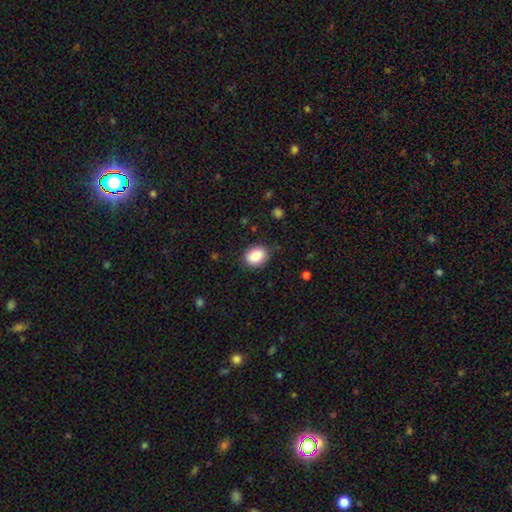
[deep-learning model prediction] A smooth galaxy with no disk features (85%) that is in between round and cigar-shaped (52%). Merging: none (84%).